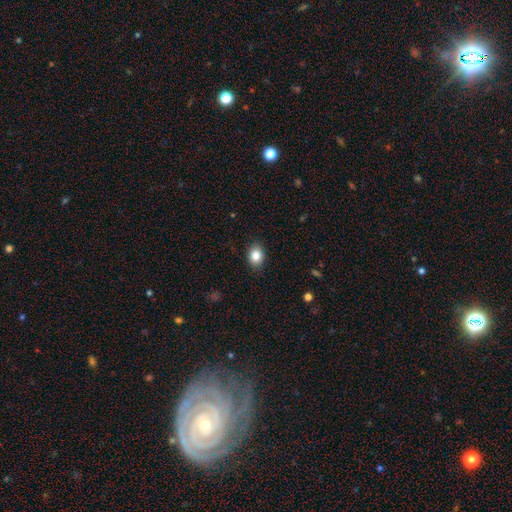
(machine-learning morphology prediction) A smooth galaxy with no disk features (85%) that is in between round and cigar-shaped (69%). Merging: none (88%).